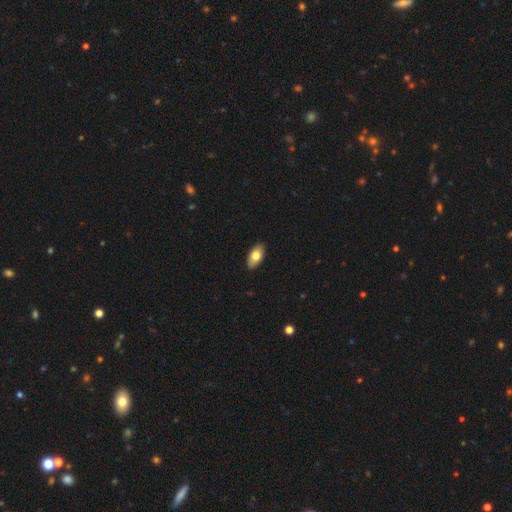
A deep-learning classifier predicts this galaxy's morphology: A smooth galaxy with no disk features (76%) that is in between round and cigar-shaped (92%). Merging: none (89%).